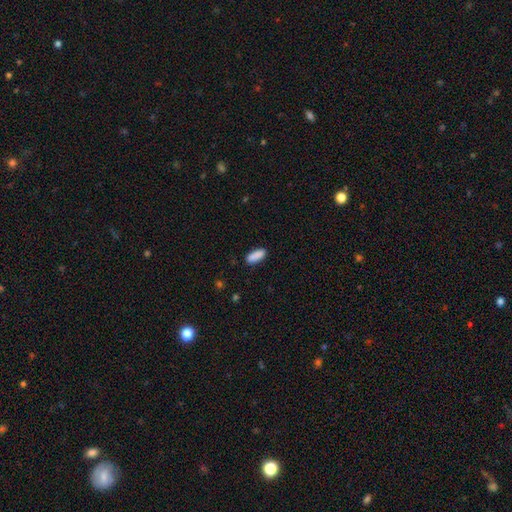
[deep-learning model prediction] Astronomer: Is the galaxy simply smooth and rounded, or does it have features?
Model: smooth — 89%.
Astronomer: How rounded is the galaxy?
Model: in between — 68%.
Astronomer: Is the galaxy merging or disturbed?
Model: none — 87%.